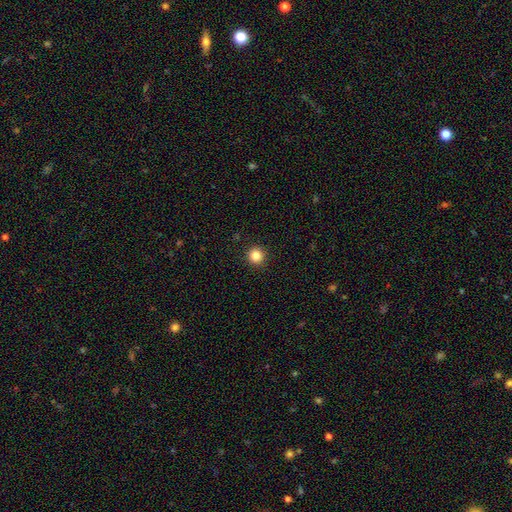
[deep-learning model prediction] Overall: smooth (84%). How rounded: round (96%). Merging: none (93%).